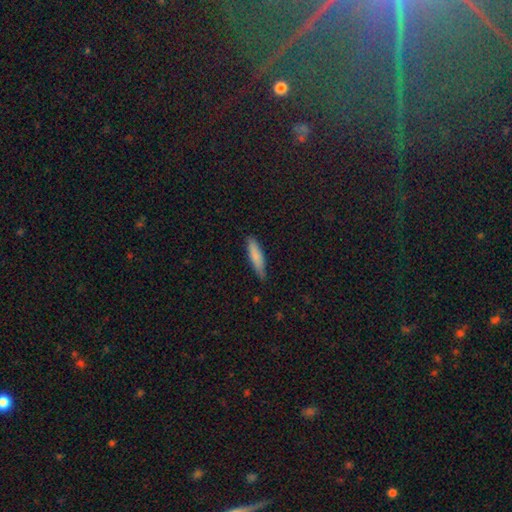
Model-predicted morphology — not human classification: type=smooth (81%); roundness=cigar-shaped (76%); merging=none (79%).